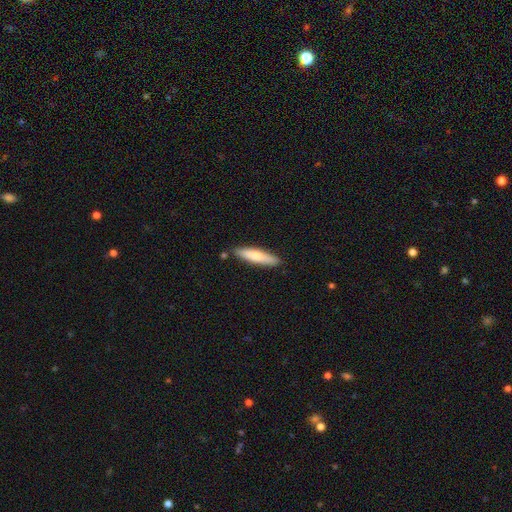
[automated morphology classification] A smooth galaxy with no disk features (74%) that is cigar-shaped (81%). Merging: none (85%).